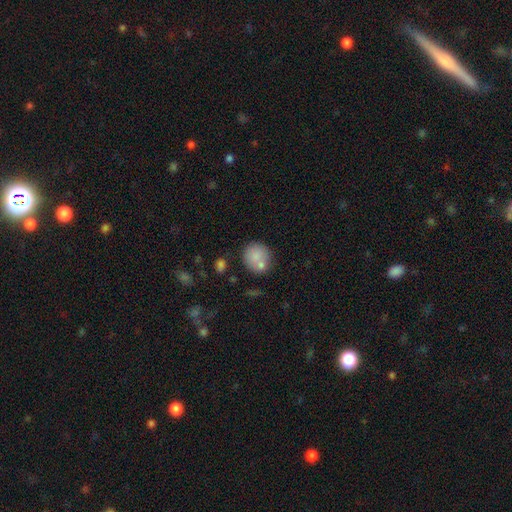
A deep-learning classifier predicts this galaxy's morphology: Q: Smooth or featured?
A: smooth (79%); runner-up: featured or disk (13%)
Q: How rounded?
A: round (86%); runner-up: in between (13%)
Q: Merging?
A: none (60%); runner-up: merger (22%)